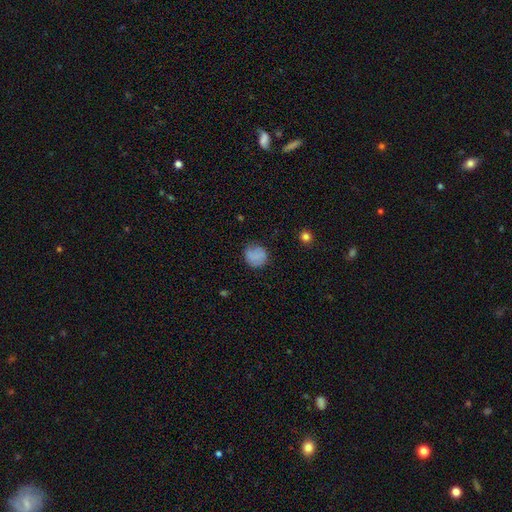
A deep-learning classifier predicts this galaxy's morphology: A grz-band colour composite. It shows a smooth galaxy with no disk features (78%) that is round (83%). Merging: none (72%).